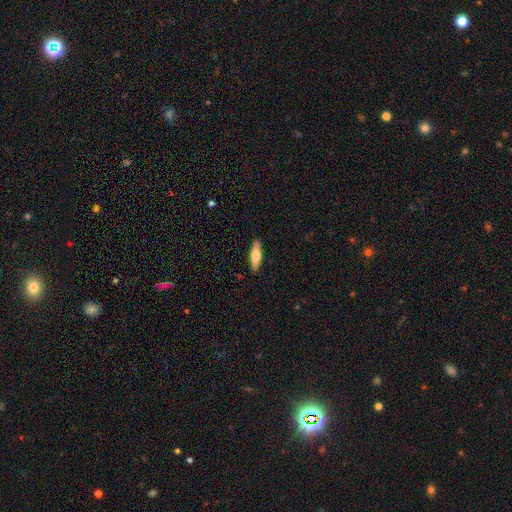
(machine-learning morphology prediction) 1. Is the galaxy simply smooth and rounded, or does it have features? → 50% smooth, 44% featured or disk, 6% star or artifact.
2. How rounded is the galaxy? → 71% cigar-shaped, 27% in between, 2% round.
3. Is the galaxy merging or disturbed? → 90% none, 7% minor disturbance, 2% major disturbance, 1% merger.